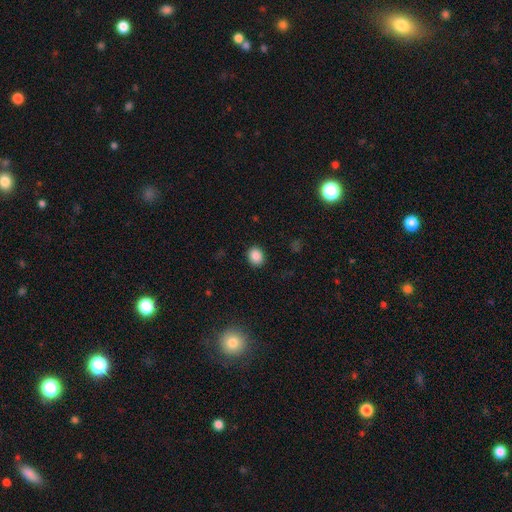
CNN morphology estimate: Smooth or featured: smooth — 87% (star or artifact — 9%)
How rounded: round — 53% (in between — 46%)
Merging: none — 89% (minor disturbance — 7%)